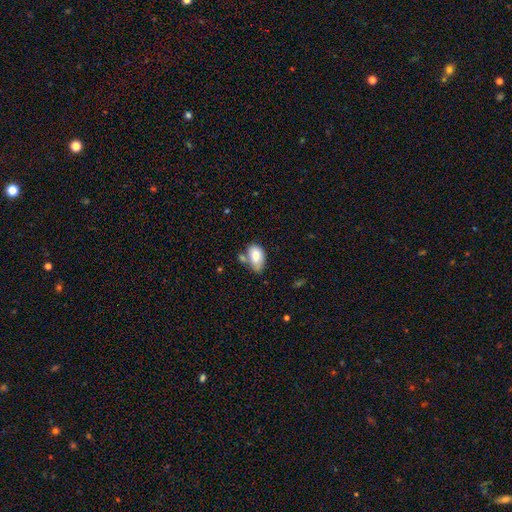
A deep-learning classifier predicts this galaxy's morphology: type=smooth (76%); roundness=in between (91%); merging=none (39%).